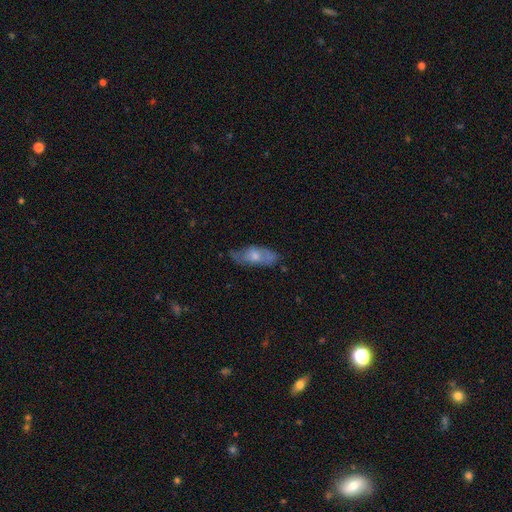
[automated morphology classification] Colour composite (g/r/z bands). It shows a smooth galaxy with no disk features (54%) that is in between round and cigar-shaped (76%). Merging: none (57%).